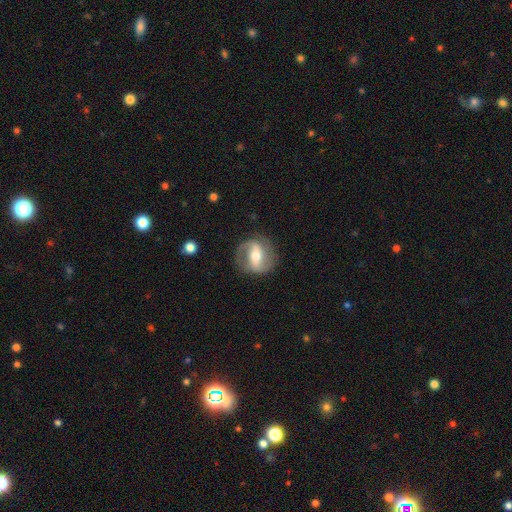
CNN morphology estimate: This is likely a featured or disk galaxy (79%). It is clearly not viewed edge-on (96%). Bar: possibly strong (48%). Spiral arm pattern: clearly yes (87%). Spiral arm count: clearly 2 (88%). Spiral winding: possibly medium (46%). Central bulge: likely moderate (66%). Merging: clearly none (81%).